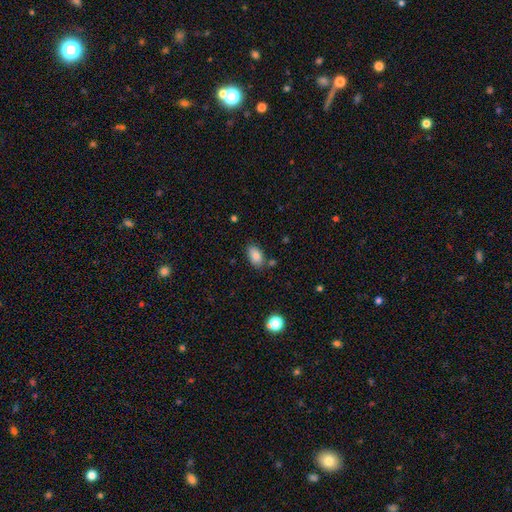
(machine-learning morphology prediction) This is clearly a smooth galaxy (82%). How rounded: clearly in between (91%). Merging: likely none (76%).